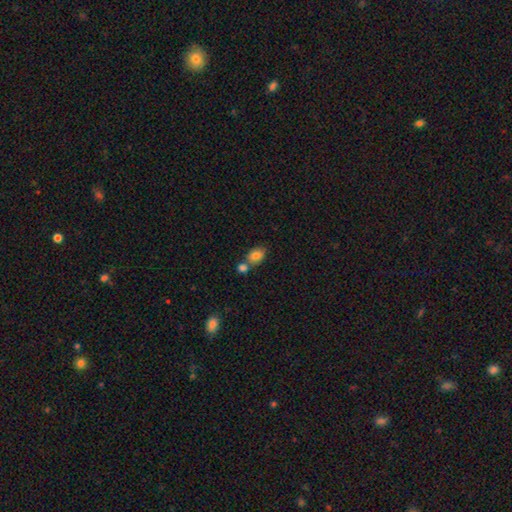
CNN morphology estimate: smooth_or_featured: smooth (p=0.83) [alt: star or artifact p=0.09]
how_rounded: in between (p=0.79) [alt: round p=0.20]
merging: none (p=0.49) [alt: merger p=0.37]